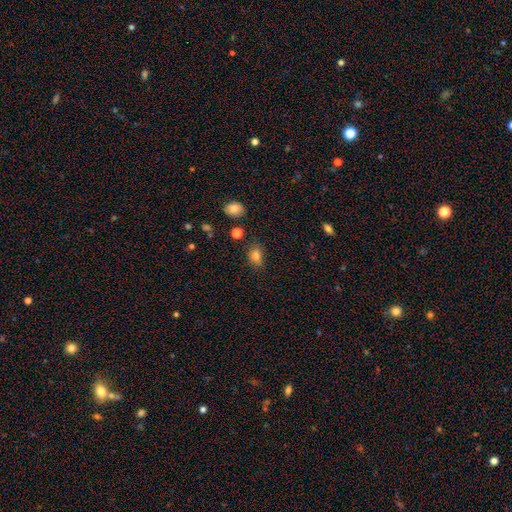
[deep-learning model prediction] smooth_or_featured: smooth (p=0.81) [alt: star or artifact p=0.12]
how_rounded: in between (p=0.65) [alt: round p=0.33]
merging: none (p=0.75) [alt: minor disturbance p=0.17]